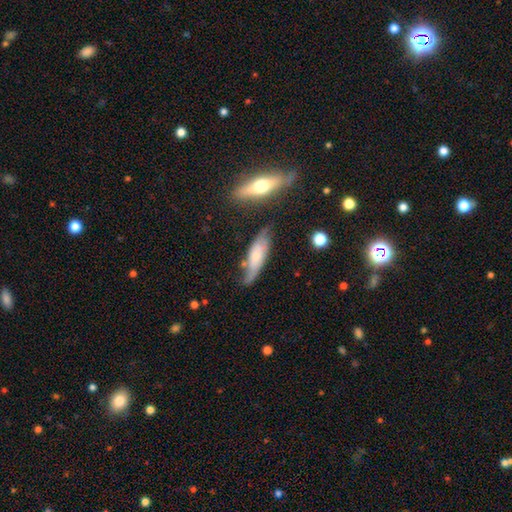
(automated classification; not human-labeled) A featured or disk galaxy (52%).

Vote fractions:
- Smooth or featured? featured or disk: 52% / smooth: 42% / star or artifact: 7%
- Edge-on disk? no: 63% / yes: 37%
- Merging? none: 54% / minor disturbance: 29% / major disturbance: 10% / merger: 7%